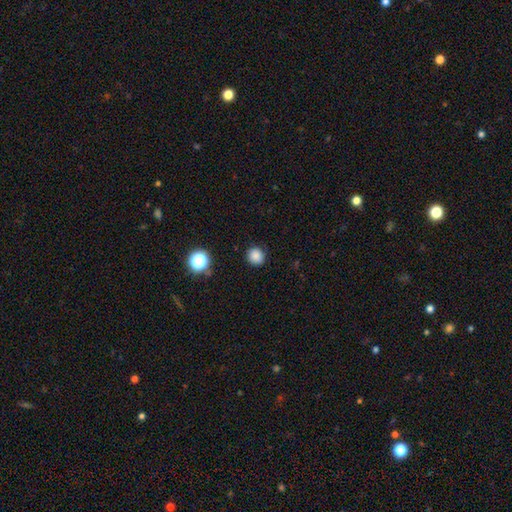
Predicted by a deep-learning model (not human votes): The model was most divided on "smooth or featured": smooth: 84%, star or artifact: 12%, featured or disk: 3%. More confident: how rounded — round (89%); merging — none (89%).